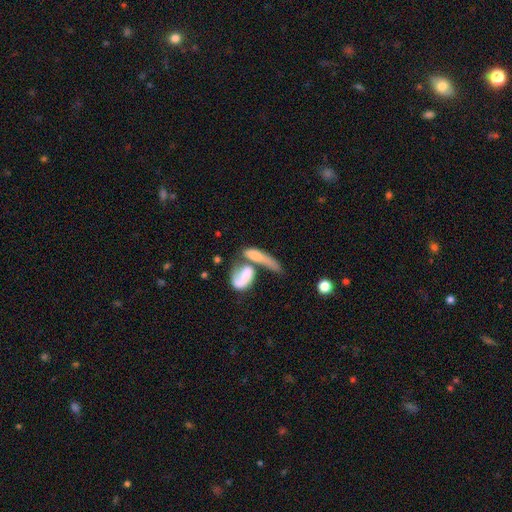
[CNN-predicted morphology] Smooth or featured: smooth — 53% (featured or disk — 38%)
How rounded: in between — 52% (cigar-shaped — 38%)
Merging: merger — 60% (none — 17%)